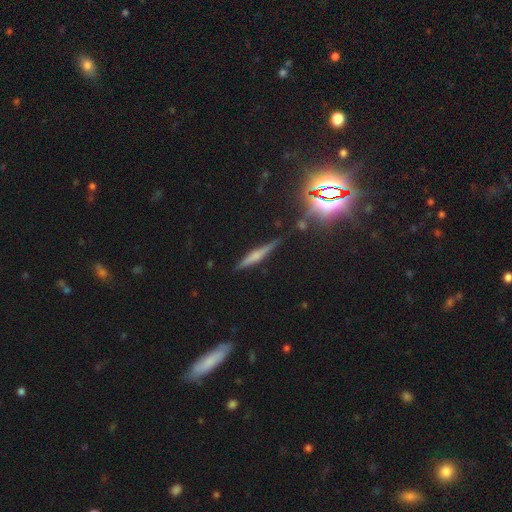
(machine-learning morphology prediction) This appears to be a featured or disk galaxy (52%) viewed edge-on (96%). Merging: none (85%).